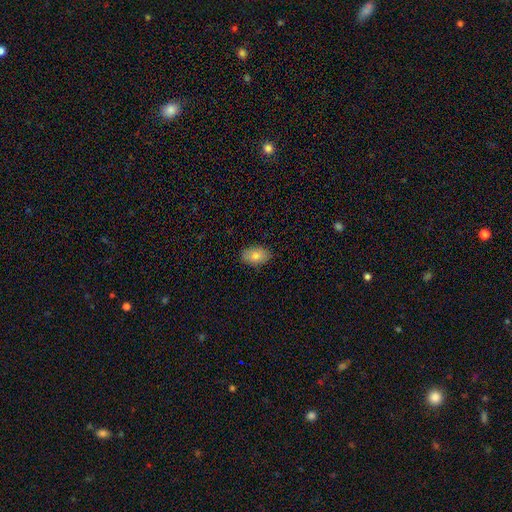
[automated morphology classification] Smooth or featured?
  - smooth: 80% *
  - featured or disk: 12%
  - star or artifact: 8%
How rounded?
  - in between: 89% *
  - round: 9%
  - cigar-shaped: 1%
Merging?
  - none: 87% *
  - minor disturbance: 10%
  - major disturbance: 2%
  - merger: 1%